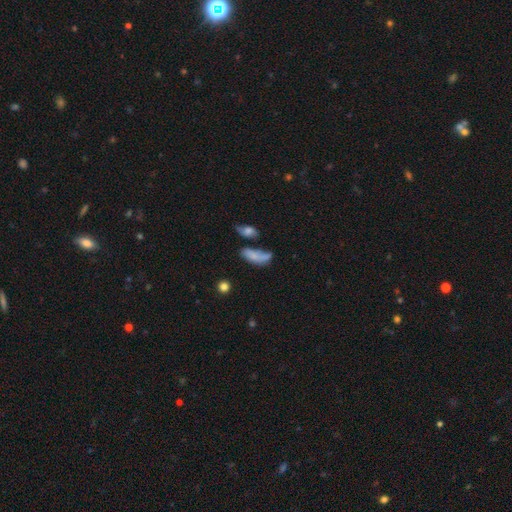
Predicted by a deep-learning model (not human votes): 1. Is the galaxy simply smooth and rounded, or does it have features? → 67% smooth, 22% featured or disk, 11% star or artifact.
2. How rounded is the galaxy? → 71% in between, 24% cigar-shaped, 5% round.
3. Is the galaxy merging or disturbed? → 34% none, 24% merger, 23% minor disturbance, 19% major disturbance.